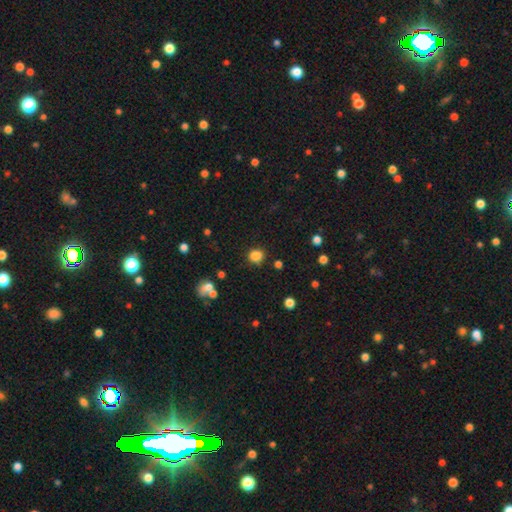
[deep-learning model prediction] Q: Smooth or featured?
A: smooth (83%); runner-up: star or artifact (13%)
Q: How rounded?
A: round (80%); runner-up: in between (19%)
Q: Merging?
A: none (80%); runner-up: minor disturbance (11%)